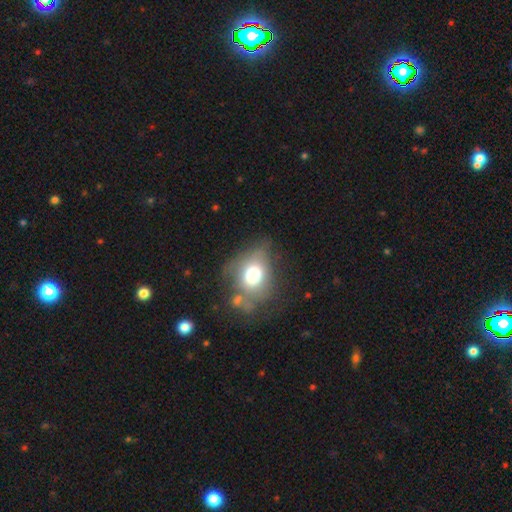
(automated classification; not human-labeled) smooth 50%, featured or disk 27%, star or artifact 23%. Down the decision tree: how rounded — round (51%); merging — none (58%).